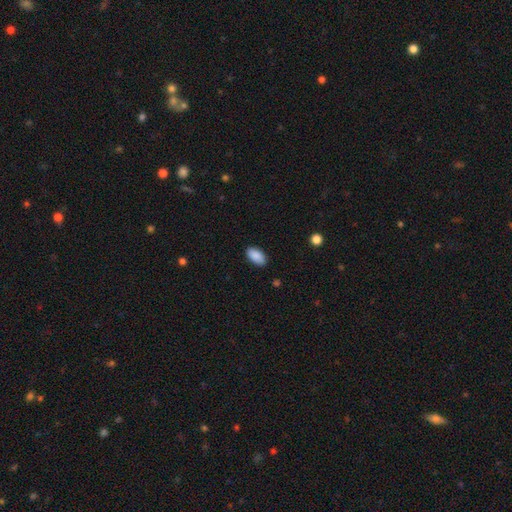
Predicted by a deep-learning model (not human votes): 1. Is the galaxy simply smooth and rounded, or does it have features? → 90% smooth, 7% star or artifact, 4% featured or disk.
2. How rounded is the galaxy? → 95% in between, 3% round, 2% cigar-shaped.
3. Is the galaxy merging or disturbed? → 86% none, 10% minor disturbance, 2% major disturbance, 1% merger.